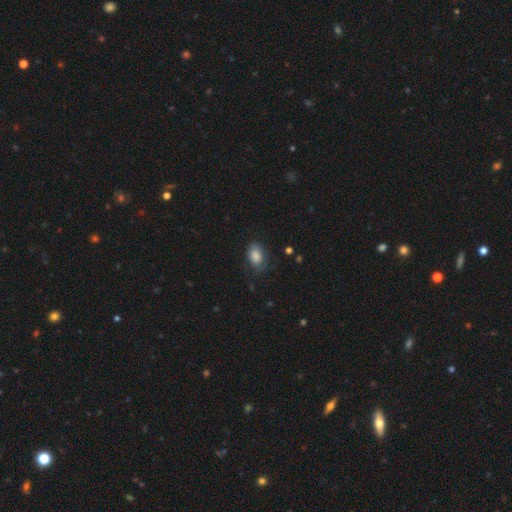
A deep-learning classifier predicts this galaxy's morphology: smooth-or-featured: smooth: 82% | featured or disk: 11% | star or artifact: 8%
  how-rounded: in between: 90% | round: 9% | cigar-shaped: 2%
  merging: none: 71% | minor disturbance: 22% | major disturbance: 6% | merger: 1%